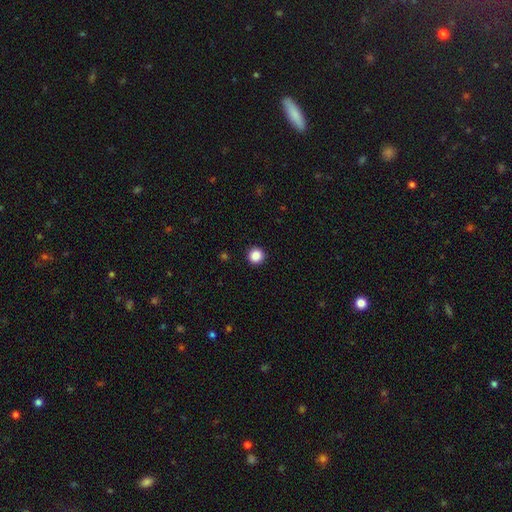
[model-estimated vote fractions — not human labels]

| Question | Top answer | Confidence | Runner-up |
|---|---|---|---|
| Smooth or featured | smooth | 87% | star or artifact (10%) |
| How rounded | round | 95% | in between (4%) |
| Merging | none | 93% | minor disturbance (4%) |